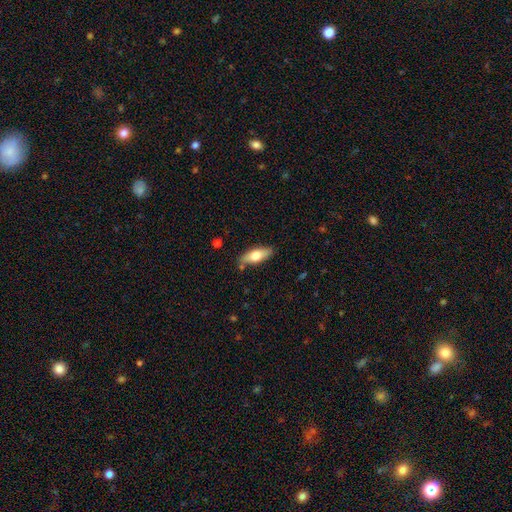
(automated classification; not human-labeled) Smooth or featured: smooth — 66% (featured or disk — 28%)
How rounded: in between — 68% (cigar-shaped — 30%)
Merging: none — 82% (minor disturbance — 13%)